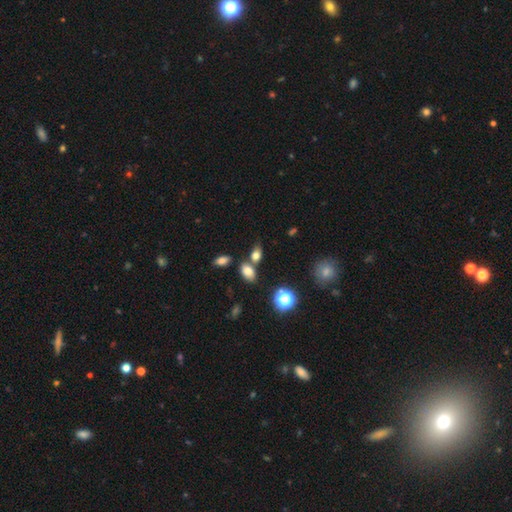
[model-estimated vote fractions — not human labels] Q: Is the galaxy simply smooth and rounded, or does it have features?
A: smooth — 74%.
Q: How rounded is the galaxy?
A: in between — 81%.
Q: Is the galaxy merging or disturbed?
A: none — 58%.